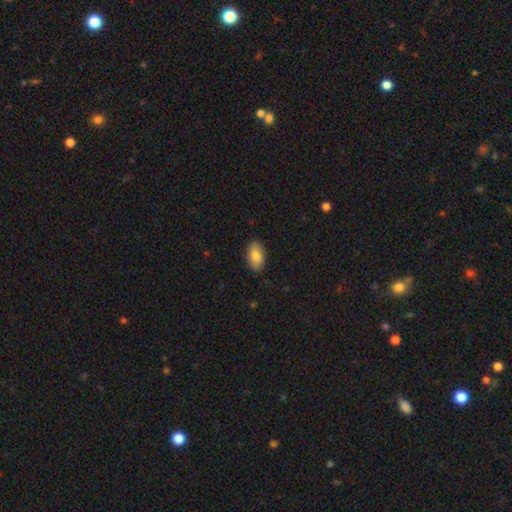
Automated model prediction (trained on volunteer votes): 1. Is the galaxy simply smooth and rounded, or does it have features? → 80% smooth, 13% featured or disk, 7% star or artifact.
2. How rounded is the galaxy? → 93% in between, 5% round, 2% cigar-shaped.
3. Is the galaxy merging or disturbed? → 85% none, 12% minor disturbance, 2% major disturbance, 1% merger.